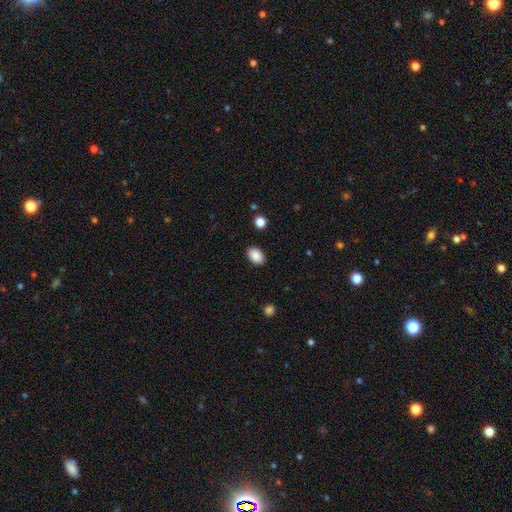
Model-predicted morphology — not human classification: Overall: smooth (89%). How rounded: in between (86%). Merging: none (89%).